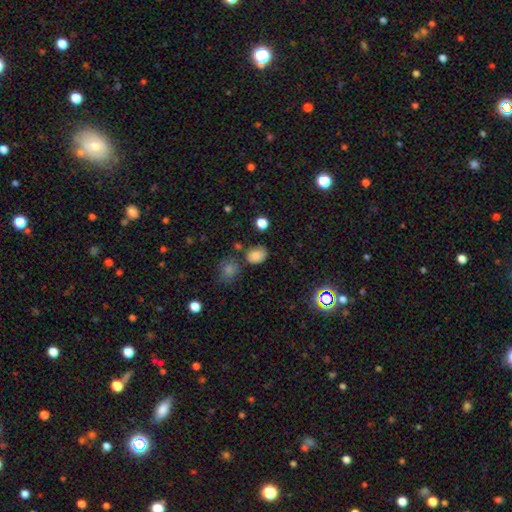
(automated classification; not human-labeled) Smooth or featured: smooth — 81% (star or artifact — 14%)
How rounded: in between — 61% (round — 38%)
Merging: none — 66% (minor disturbance — 21%)